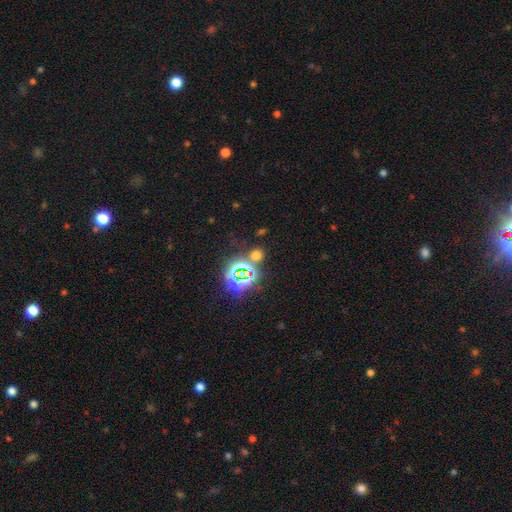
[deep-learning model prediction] Smooth or featured? star or artifact (49%)